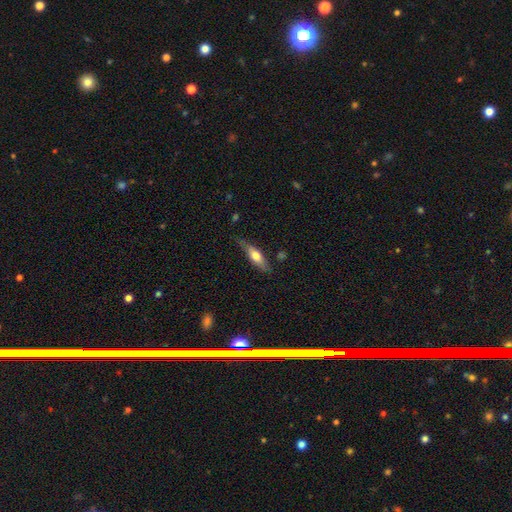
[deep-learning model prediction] A smooth galaxy with no disk features (54%) that is cigar-shaped (60%). Merging: none (70%).